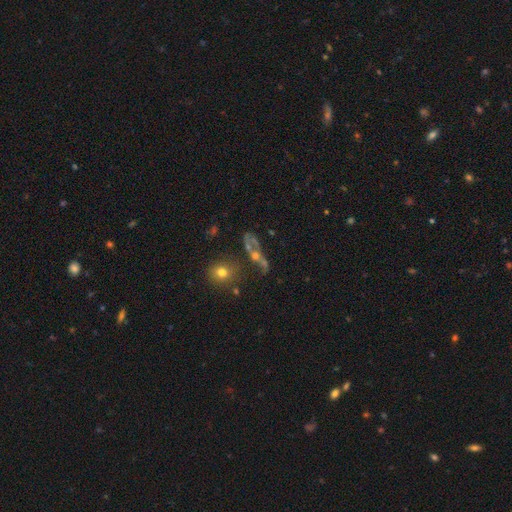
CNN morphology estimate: type=featured or disk (52%); edge-on=no (78%); merging=none (33%).